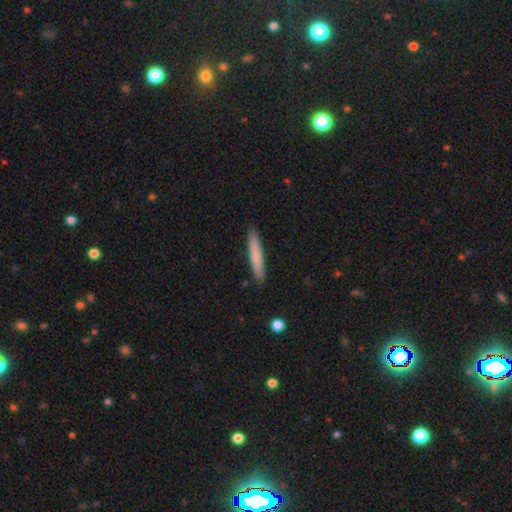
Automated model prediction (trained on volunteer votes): Smooth or featured? smooth (75%)
How rounded? cigar-shaped (94%)
Merging? none (90%)